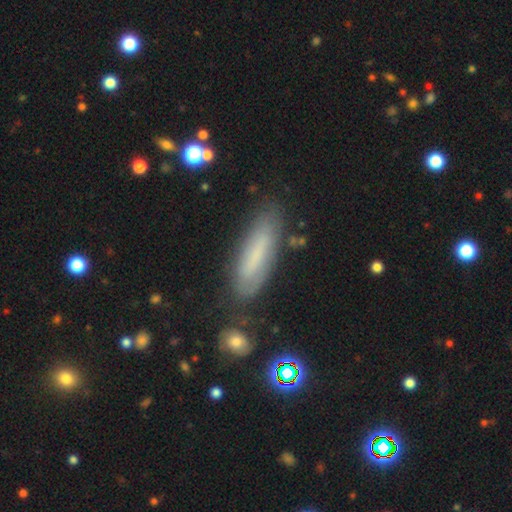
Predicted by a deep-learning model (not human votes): smooth 63%, featured or disk 27%, star or artifact 10%. Down the decision tree: how rounded — cigar-shaped (64%); merging — none (76%).